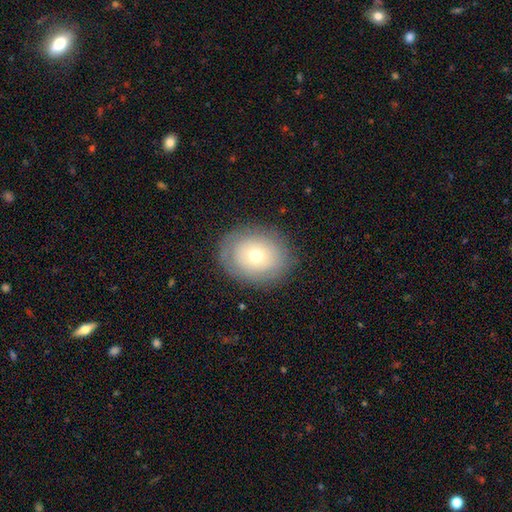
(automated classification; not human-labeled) smooth_or_featured: smooth (p=0.57) [alt: featured or disk p=0.33]
how_rounded: round (p=0.57) [alt: in between p=0.42]
merging: none (p=0.82) [alt: minor disturbance p=0.12]